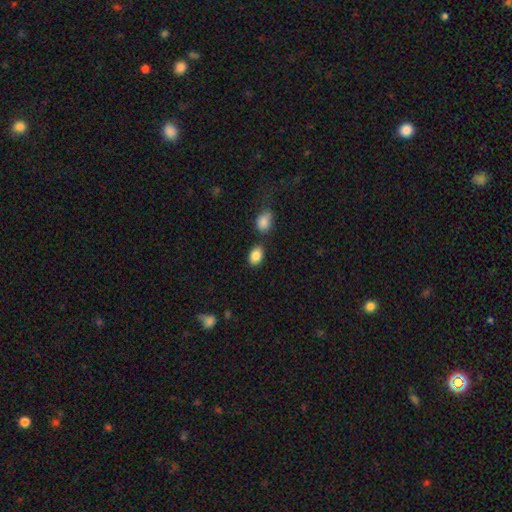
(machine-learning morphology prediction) This is clearly a smooth galaxy (86%). How rounded: likely in between (79%). Merging: likely none (75%).